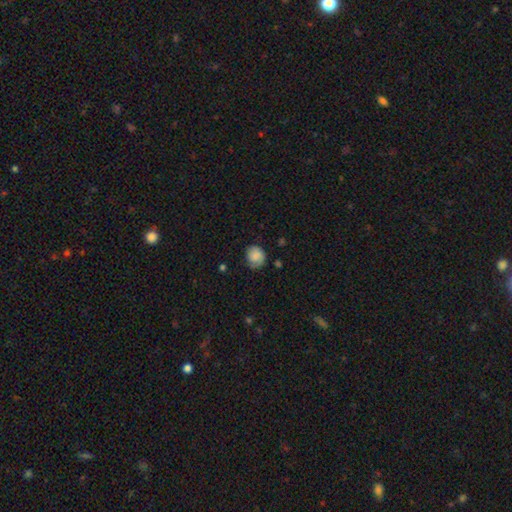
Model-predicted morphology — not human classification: Overall: smooth (78%). How rounded: round (72%). Merging: none (66%).